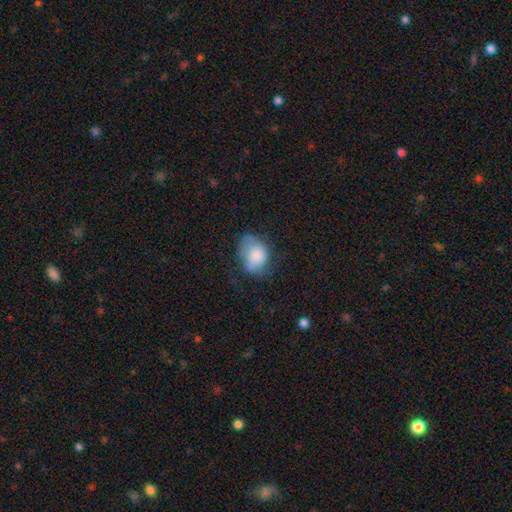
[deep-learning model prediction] smooth 76%, featured or disk 16%, star or artifact 8%. Down the decision tree: how rounded — in between (71%); merging — none (39%).